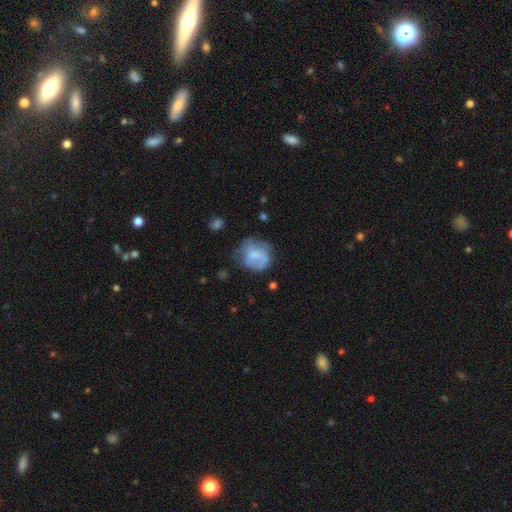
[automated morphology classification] Smooth or featured?
  - smooth: 57% *
  - featured or disk: 35%
  - star or artifact: 9%
How rounded?
  - round: 70% *
  - in between: 29%
  - cigar-shaped: 1%
Merging?
  - none: 44% *
  - minor disturbance: 28%
  - major disturbance: 25%
  - merger: 3%